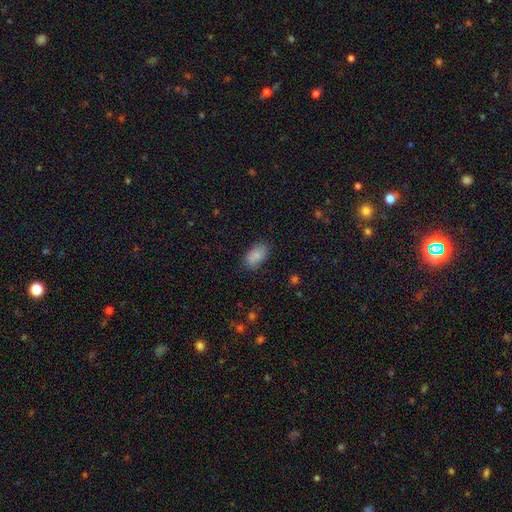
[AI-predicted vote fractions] smooth 88%, star or artifact 7%, featured or disk 5%. Down the decision tree: how rounded — in between (93%); merging — none (83%).